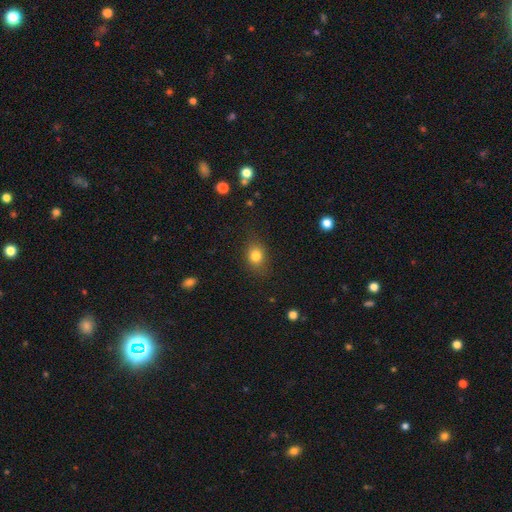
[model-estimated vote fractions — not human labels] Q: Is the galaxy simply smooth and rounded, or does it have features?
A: smooth — 80%.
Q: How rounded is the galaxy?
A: round — 50%.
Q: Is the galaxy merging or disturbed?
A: none — 80%.